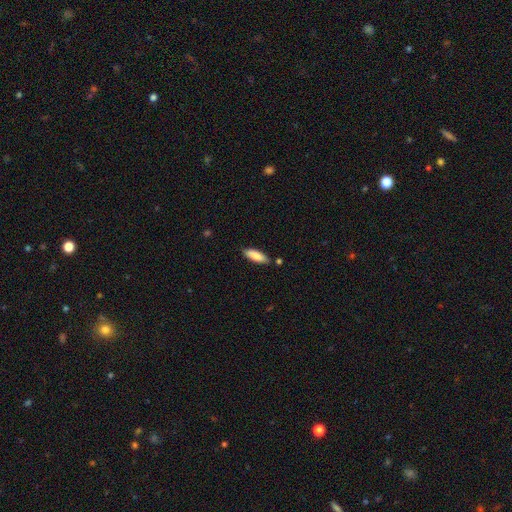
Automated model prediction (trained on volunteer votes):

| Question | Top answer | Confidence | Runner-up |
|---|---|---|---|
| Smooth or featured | smooth | 84% | featured or disk (10%) |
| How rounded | in between | 59% | cigar-shaped (40%) |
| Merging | none | 81% | minor disturbance (13%) |